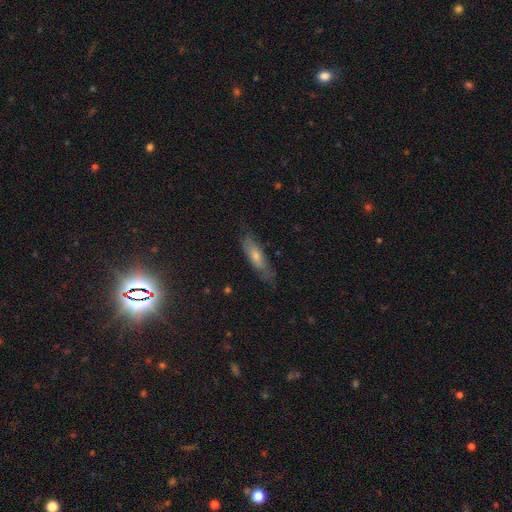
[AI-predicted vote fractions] The model was most divided on "smooth or featured": smooth: 45%, featured or disk: 44%, star or artifact: 11%. More confident: merging — none (74%).